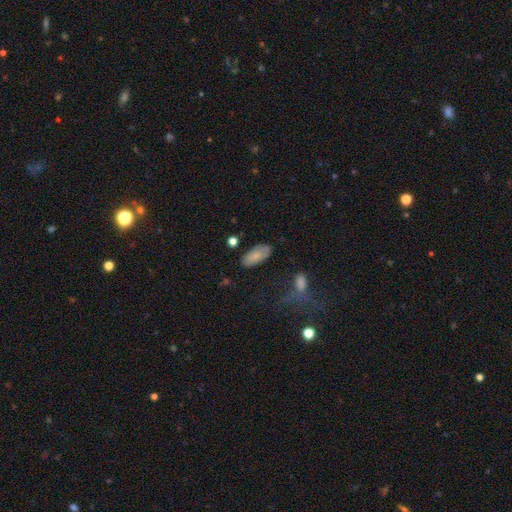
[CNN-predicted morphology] The model was most divided on "merging": none: 79%, minor disturbance: 15%, major disturbance: 3%, merger: 3%. More confident: how rounded — in between (89%); smooth or featured — smooth (80%).